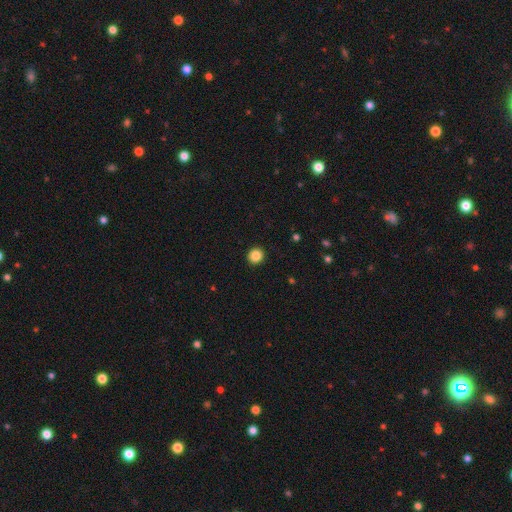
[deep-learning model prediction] smooth_or_featured: smooth (p=0.86) [alt: star or artifact p=0.10]
how_rounded: round (p=0.93) [alt: in between p=0.06]
merging: none (p=0.93) [alt: minor disturbance p=0.04]